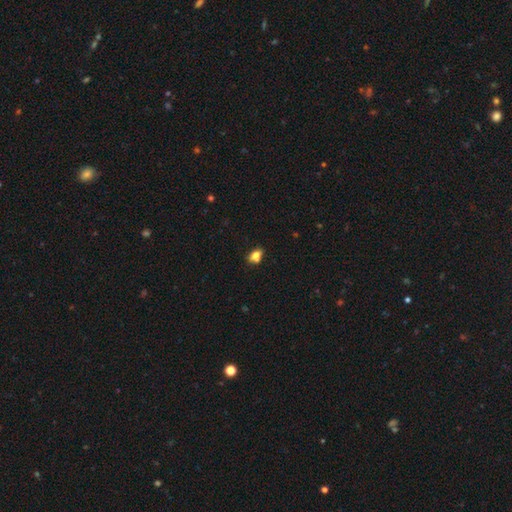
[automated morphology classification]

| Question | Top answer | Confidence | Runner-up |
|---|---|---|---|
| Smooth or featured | smooth | 78% | star or artifact (12%) |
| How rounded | in between | 73% | round (24%) |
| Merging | none | 59% | minor disturbance (22%) |